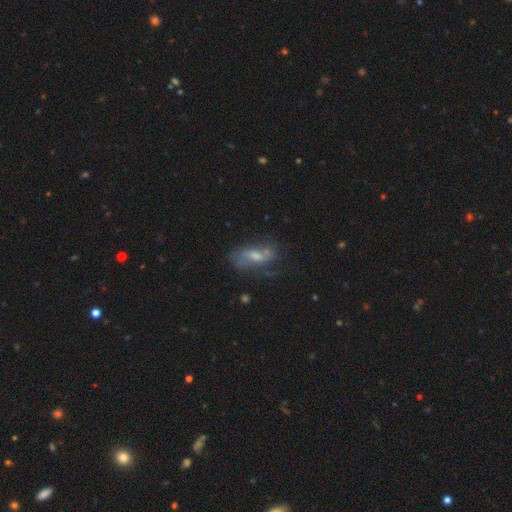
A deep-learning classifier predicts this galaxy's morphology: This appears to be a featured or disk galaxy (52%). Merging: none (53%).